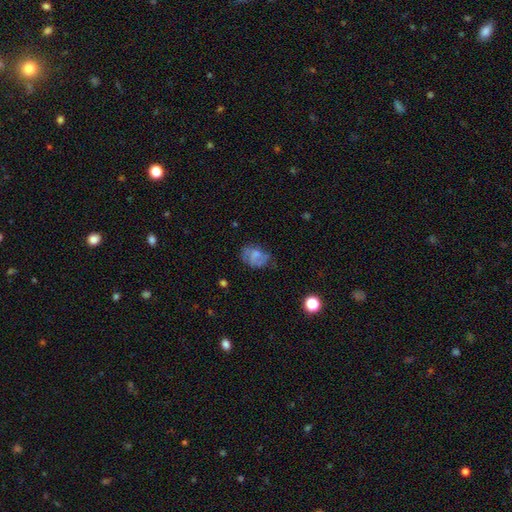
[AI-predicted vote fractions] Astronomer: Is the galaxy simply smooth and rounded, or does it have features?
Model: smooth — 46% (runner-up: featured or disk, 43%).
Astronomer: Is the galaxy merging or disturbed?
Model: none — 47% (runner-up: minor disturbance, 27%).